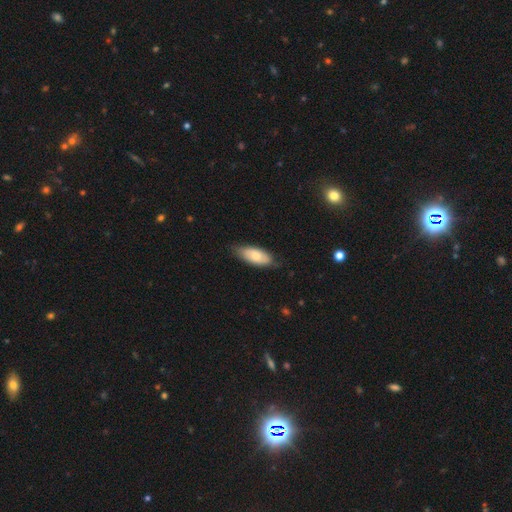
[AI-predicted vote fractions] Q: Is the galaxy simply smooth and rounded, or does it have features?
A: smooth — 71%.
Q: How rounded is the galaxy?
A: in between — 85%.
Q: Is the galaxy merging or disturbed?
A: none — 74%.